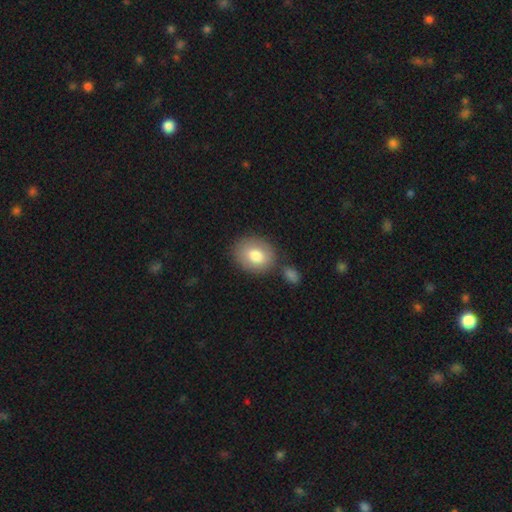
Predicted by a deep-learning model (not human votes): Smooth or featured? Predicted: smooth (p=0.81). How rounded? Predicted: round (p=0.52). Merging? Predicted: none (p=0.71).